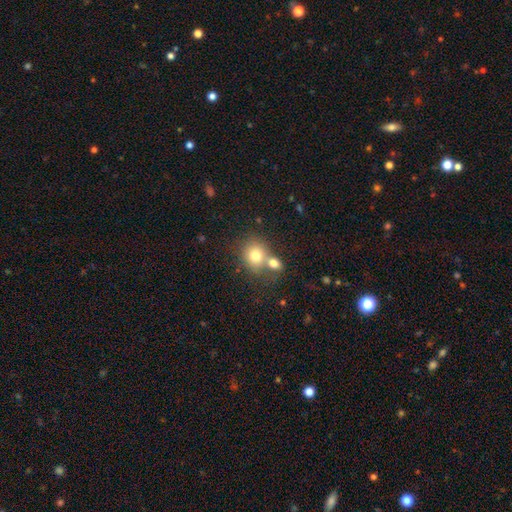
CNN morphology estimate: This is likely a smooth galaxy (76%). How rounded: likely round (75%). Merging: marginally none (45%).